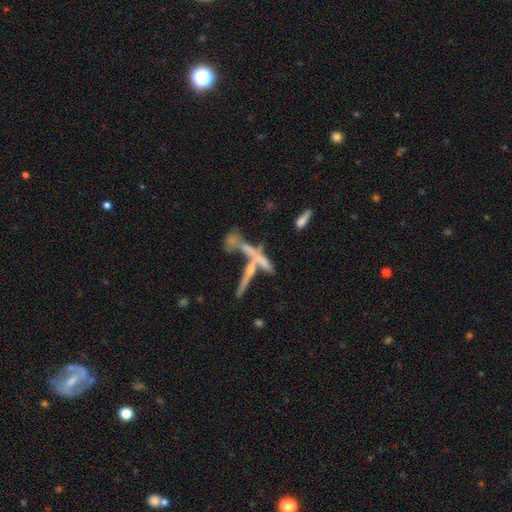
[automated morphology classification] Smooth or featured: featured or disk — 57% (smooth — 26%)
Edge-on disk: yes — 65% (no — 35%)
Merging: merger — 45% (none — 33%)